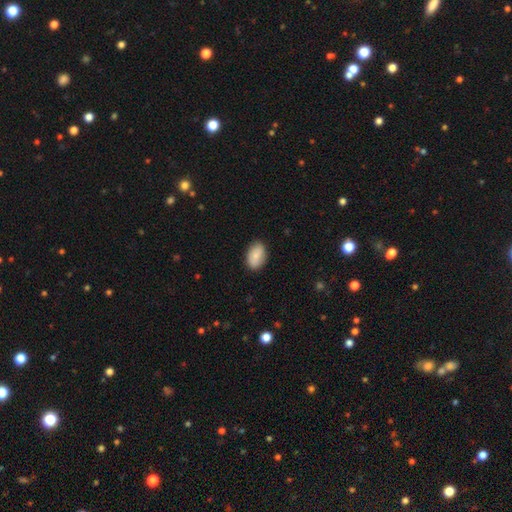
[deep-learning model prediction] Smooth or featured? Predicted: smooth (p=0.79). How rounded? Predicted: in between (p=0.89). Merging? Predicted: none (p=0.84).